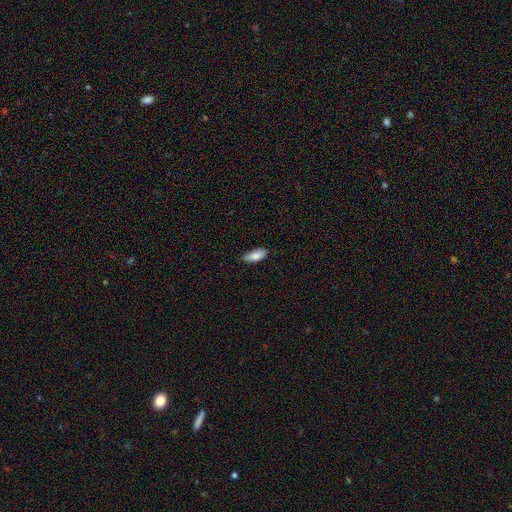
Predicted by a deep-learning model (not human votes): smooth_or_featured: smooth (p=0.86) [alt: featured or disk p=0.08]
how_rounded: in between (p=0.82) [alt: cigar-shaped p=0.16]
merging: none (p=0.78) [alt: minor disturbance p=0.18]